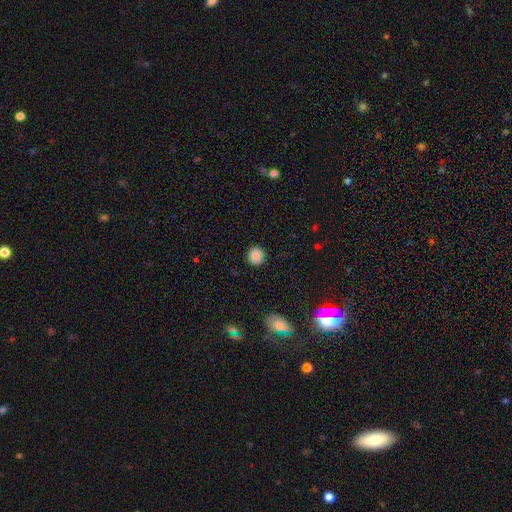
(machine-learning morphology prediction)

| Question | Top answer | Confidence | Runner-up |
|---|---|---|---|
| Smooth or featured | smooth | 86% | star or artifact (10%) |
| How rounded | round | 90% | in between (9%) |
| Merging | none | 90% | minor disturbance (6%) |